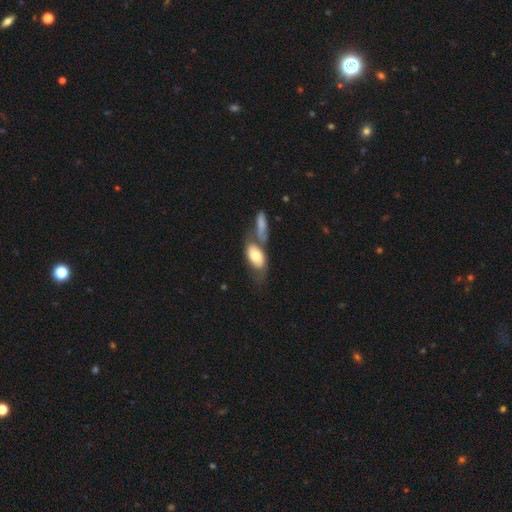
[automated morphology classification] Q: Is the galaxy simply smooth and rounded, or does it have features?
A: smooth — 64%.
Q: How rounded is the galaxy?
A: in between — 89%.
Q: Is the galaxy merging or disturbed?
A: merger — 49%.